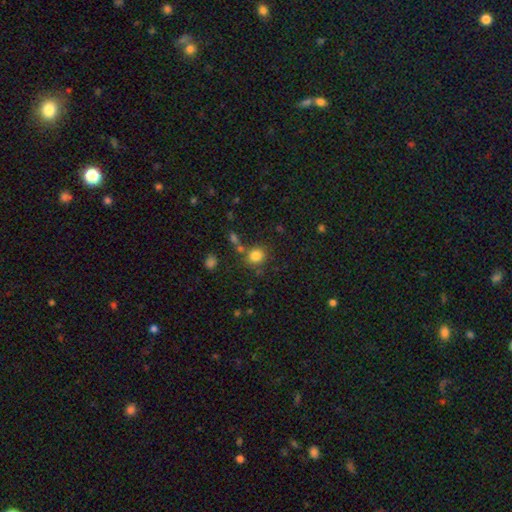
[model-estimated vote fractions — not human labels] Smooth or featured? smooth (81%)
How rounded? round (80%)
Merging? none (75%)